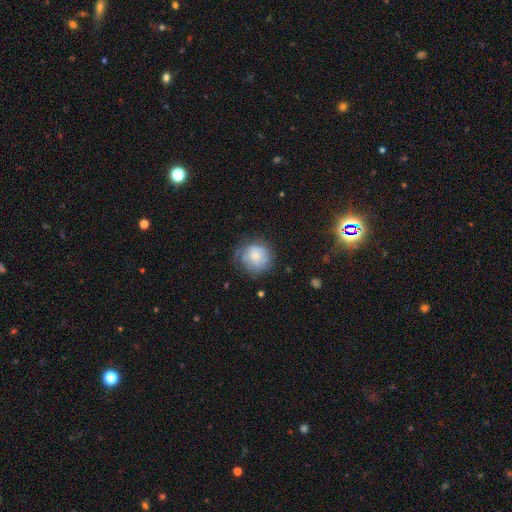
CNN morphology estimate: type=smooth (57%); roundness=round (85%); merging=none (56%).